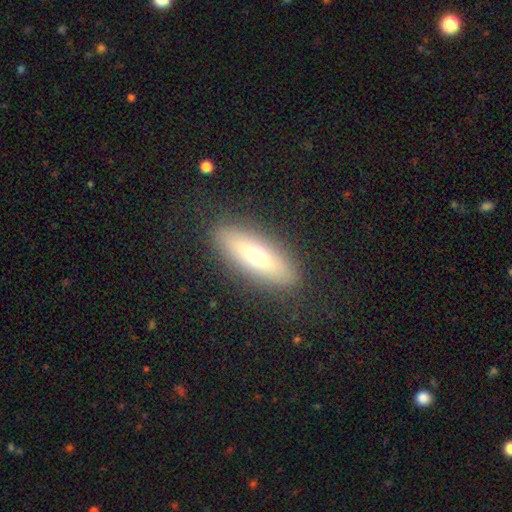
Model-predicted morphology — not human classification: Overall: smooth (59%; featured or disk 33%). How rounded: in between (53%; cigar-shaped 44%). Merging: none (87%).